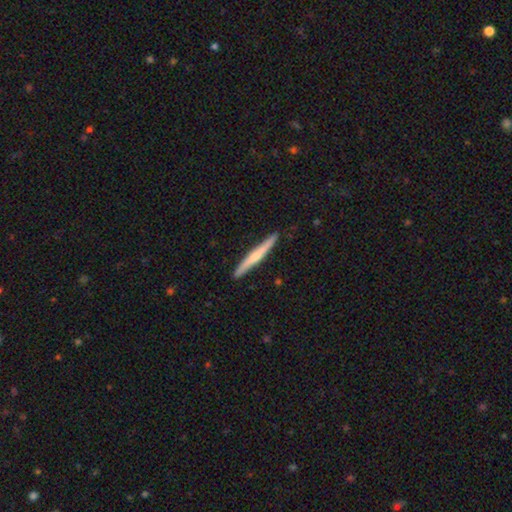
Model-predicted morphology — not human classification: smooth_or_featured: featured or disk (p=0.52) [alt: smooth p=0.44]
disk_edge_on: yes (p=0.97) [alt: no p=0.03]
edge_on_bulge: rounded (p=0.54) [alt: none p=0.36]
merging: none (p=0.91) [alt: minor disturbance p=0.07]